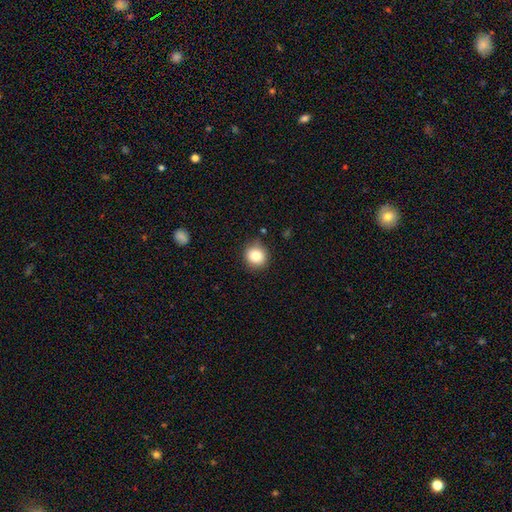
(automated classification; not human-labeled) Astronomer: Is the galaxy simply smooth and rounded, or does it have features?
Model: smooth — 85%.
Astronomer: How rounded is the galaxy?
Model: round — 89%.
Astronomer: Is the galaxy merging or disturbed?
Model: none — 86%.